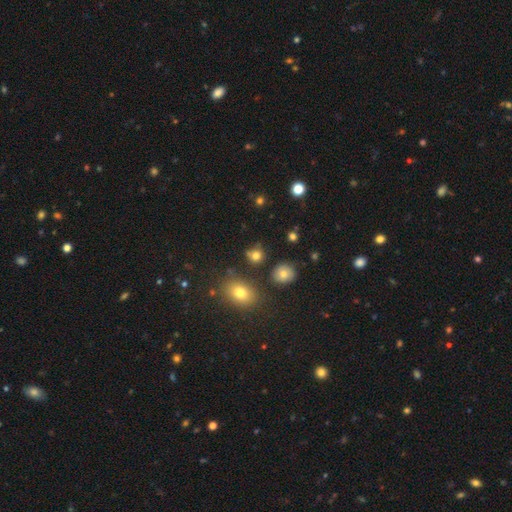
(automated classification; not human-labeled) smooth_or_featured: smooth (p=0.77) [alt: star or artifact p=0.15]
how_rounded: round (p=0.75) [alt: in between p=0.23]
merging: none (p=0.73) [alt: minor disturbance p=0.14]